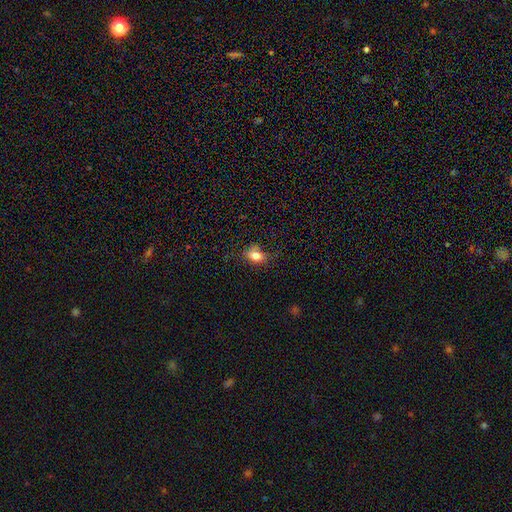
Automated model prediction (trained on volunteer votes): The model was most divided on "merging": none: 66%, minor disturbance: 23%, major disturbance: 8%, merger: 3%. More confident: smooth or featured — smooth (79%); how rounded — in between (73%).